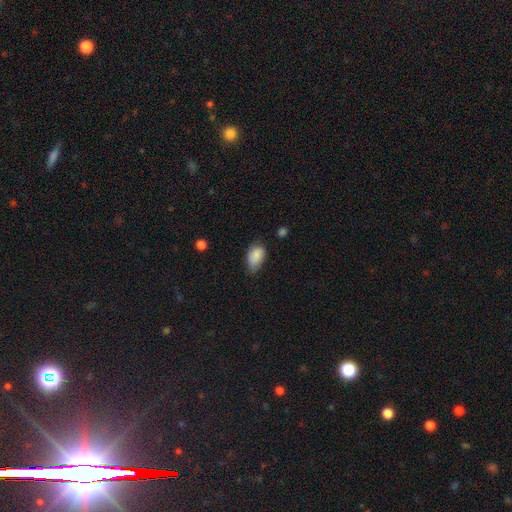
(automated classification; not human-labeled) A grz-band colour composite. It shows a smooth galaxy with no disk features (86%) that is in between round and cigar-shaped (90%). Merging: none (52%).